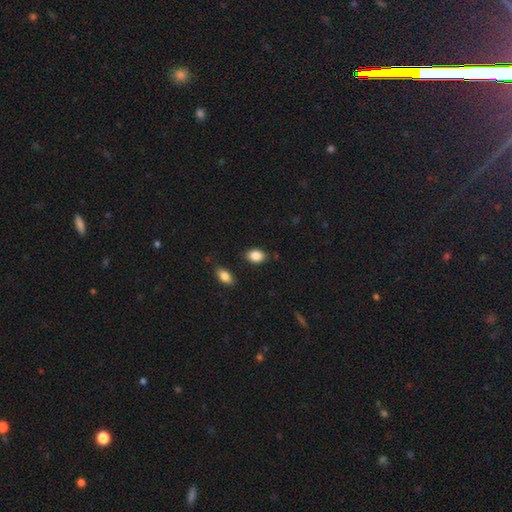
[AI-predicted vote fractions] The model was most divided on "how rounded": in between: 76%, round: 23%, cigar-shaped: 1%. More confident: smooth or featured — smooth (87%); merging — none (84%).